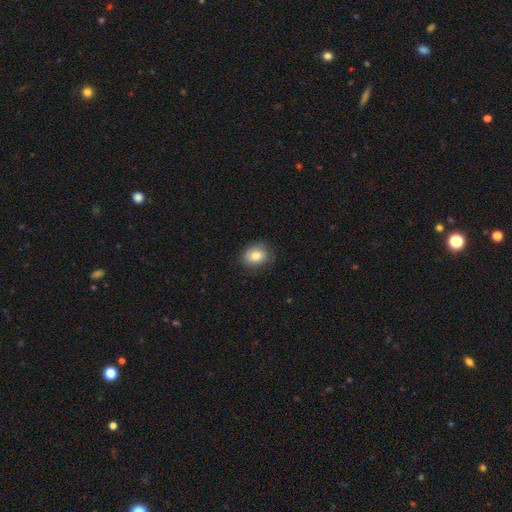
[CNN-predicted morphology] This is likely a smooth galaxy (79%). How rounded: possibly round (52%). Merging: likely none (75%).